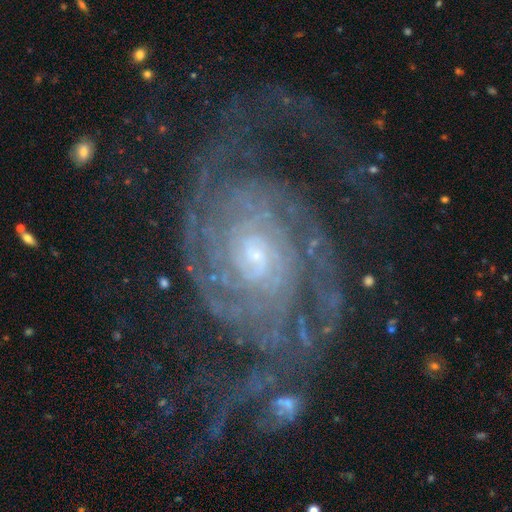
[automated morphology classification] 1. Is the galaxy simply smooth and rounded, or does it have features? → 90% featured or disk, 6% star or artifact, 4% smooth.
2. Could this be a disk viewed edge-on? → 97% no, 3% yes.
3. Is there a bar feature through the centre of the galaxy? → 60% no, 30% weak, 10% strong.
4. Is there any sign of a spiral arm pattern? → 98% yes, 2% no.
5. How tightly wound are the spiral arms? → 67% tight, 25% medium, 9% loose.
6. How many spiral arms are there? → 38% 2, 21% can't tell, 13% 3, 11% 4, 9% more than 4, 8% 1.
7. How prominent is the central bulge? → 69% small, 25% moderate, 3% large, 2% none, 1% dominant.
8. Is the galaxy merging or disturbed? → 64% none, 19% major disturbance, 14% minor disturbance, 3% merger.